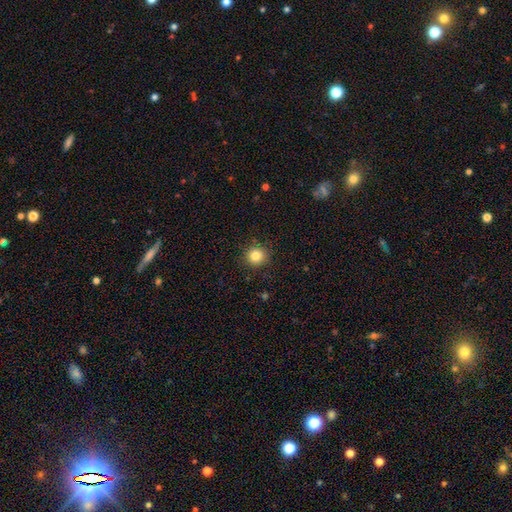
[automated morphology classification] Smooth or featured: smooth — 83% (star or artifact — 11%)
How rounded: round — 93% (in between — 6%)
Merging: none — 91% (minor disturbance — 6%)